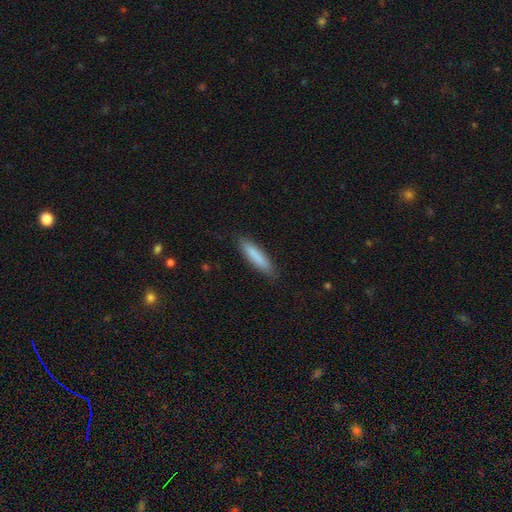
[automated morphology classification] This is clearly a smooth galaxy (84%). How rounded: clearly cigar-shaped (82%). Merging: clearly none (87%).